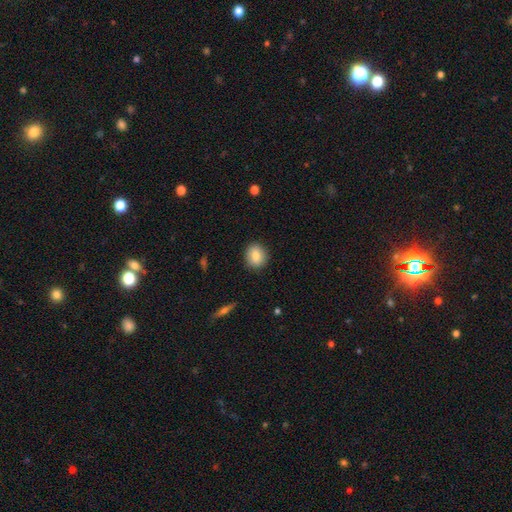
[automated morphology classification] Smooth or featured: smooth — 83% (featured or disk — 9%)
How rounded: round — 70% (in between — 29%)
Merging: none — 88% (minor disturbance — 8%)